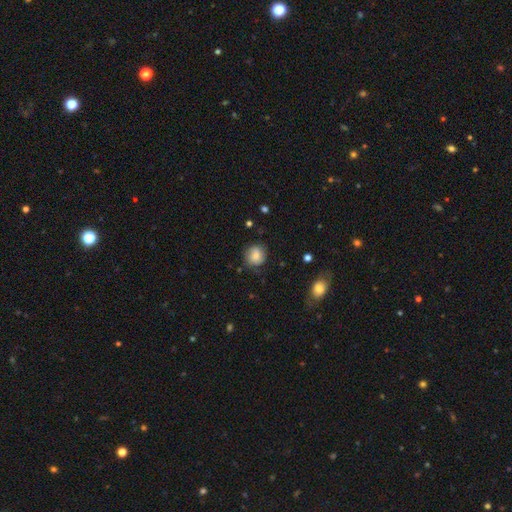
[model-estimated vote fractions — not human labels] Smooth or featured: smooth — 70% (featured or disk — 21%)
How rounded: round — 84% (in between — 15%)
Merging: none — 76% (minor disturbance — 18%)